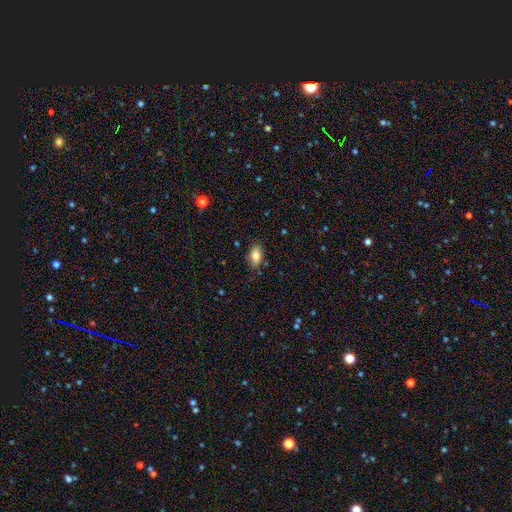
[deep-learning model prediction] Morphology: type=smooth (82%); roundness=in between (92%); merging=none (82%).